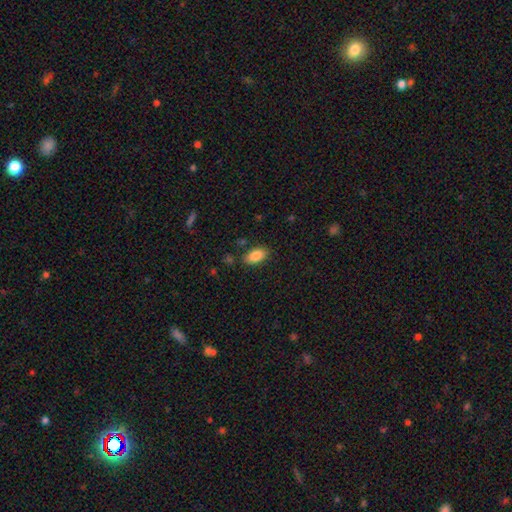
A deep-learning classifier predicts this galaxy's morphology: smooth-or-featured: smooth: 86% | star or artifact: 8% | featured or disk: 6%
  how-rounded: in between: 92% | round: 4% | cigar-shaped: 4%
  merging: none: 84% | minor disturbance: 11% | major disturbance: 3% | merger: 2%